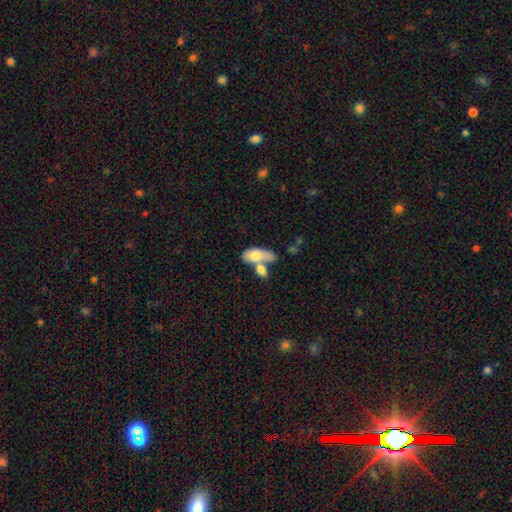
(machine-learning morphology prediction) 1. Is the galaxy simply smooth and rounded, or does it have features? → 72% smooth, 22% featured or disk, 6% star or artifact.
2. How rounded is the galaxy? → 83% in between, 12% cigar-shaped, 5% round.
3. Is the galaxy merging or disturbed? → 54% merger, 25% none, 12% minor disturbance, 9% major disturbance.